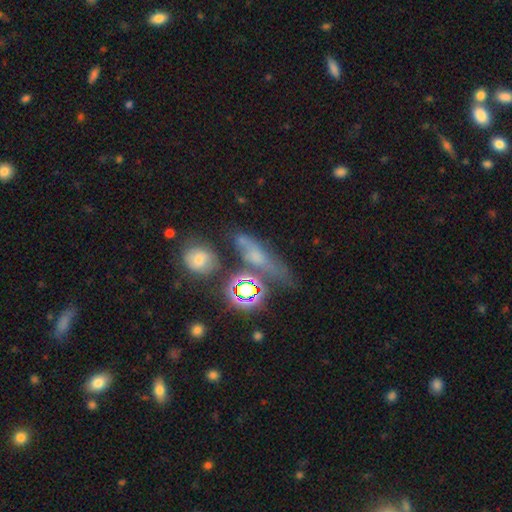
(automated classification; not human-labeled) This appears to be a smooth galaxy with no disk features (42%). Merging: none (51%).